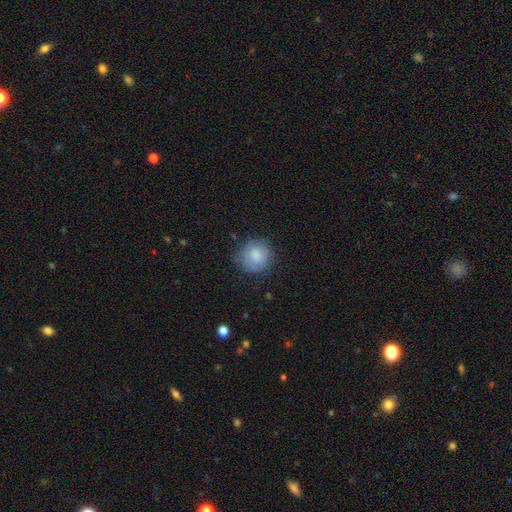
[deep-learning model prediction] This appears to be a smooth galaxy with no disk features (80%) that is round (90%). Merging: none (75%).